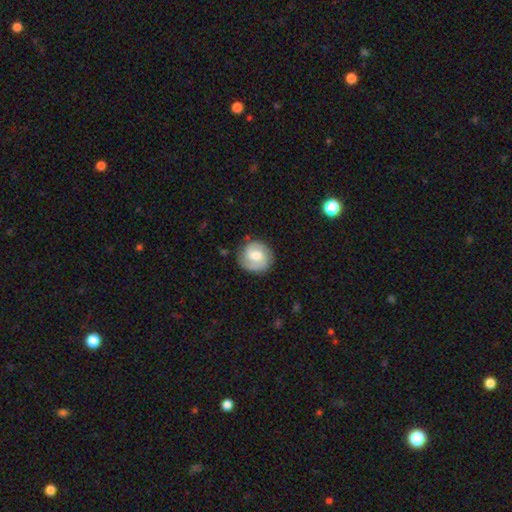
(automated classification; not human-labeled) A featured or disk galaxy (59%) with a weak bar (50%), 2 (74%) tight (43%) spiral arms (88%) and a moderate central bulge (57%).

Vote fractions:
- Smooth or featured? featured or disk: 59% / smooth: 35% / star or artifact: 6%
- Edge-on disk? no: 98% / yes: 2%
- Bar? weak: 50% / no: 38% / strong: 12%
- Spiral arms? yes: 88% / no: 12%
- Spiral winding? tight: 43% / medium: 41% / loose: 16%
- Spiral arm count? 2: 74% / can't tell: 12% / 1: 7% / 3: 4% / 4: 1% / more than 4: 1%
- Bulge size? moderate: 57% / small: 23% / large: 14% / none: 4% / dominant: 2%
- Merging? none: 80% / minor disturbance: 14% / major disturbance: 5% / merger: 2%